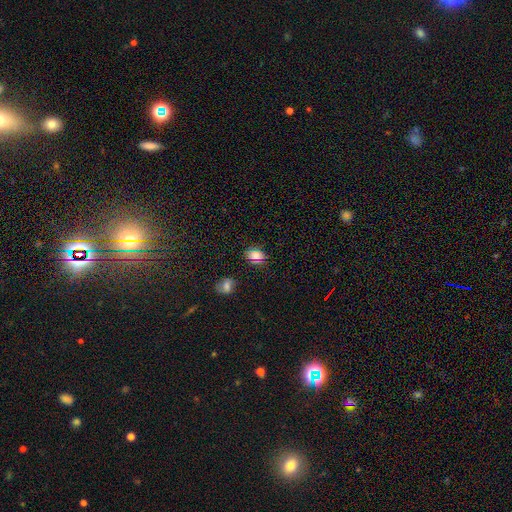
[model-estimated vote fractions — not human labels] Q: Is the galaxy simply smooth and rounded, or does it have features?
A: smooth — 65%.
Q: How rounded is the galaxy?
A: in between — 51%.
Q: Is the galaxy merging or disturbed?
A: none — 83%.